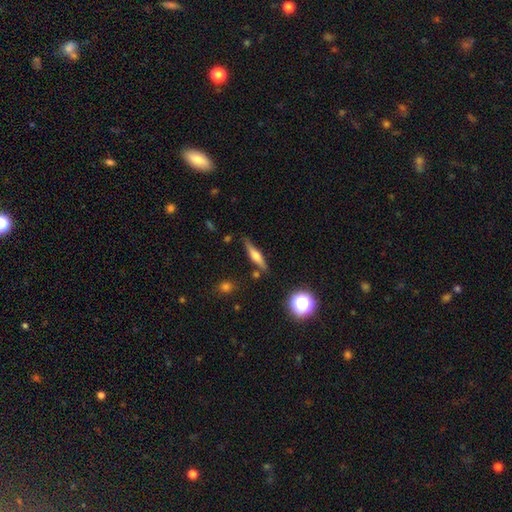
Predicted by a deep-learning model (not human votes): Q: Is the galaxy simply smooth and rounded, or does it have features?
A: featured or disk — 51%.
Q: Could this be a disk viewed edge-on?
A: yes — 93%.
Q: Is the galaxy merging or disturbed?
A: none — 77%.